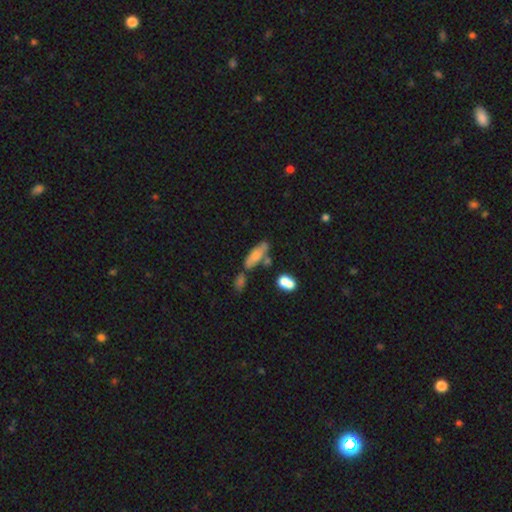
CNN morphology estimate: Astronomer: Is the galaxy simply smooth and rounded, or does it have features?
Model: smooth — 66%.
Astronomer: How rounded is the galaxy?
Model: in between — 53% (runner-up: cigar-shaped, 44%).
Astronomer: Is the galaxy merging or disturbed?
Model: none — 59%.